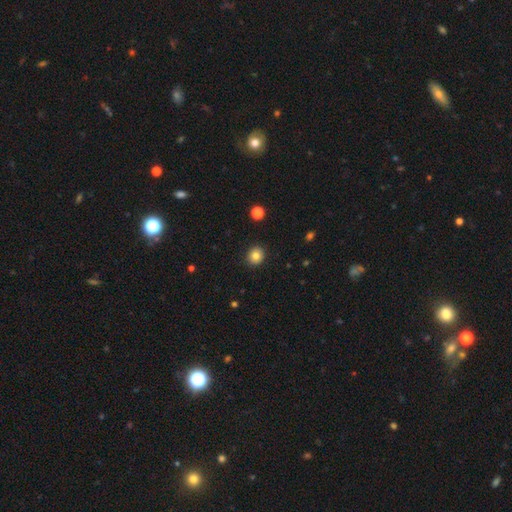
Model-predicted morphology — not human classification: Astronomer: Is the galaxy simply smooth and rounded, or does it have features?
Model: smooth — 82%.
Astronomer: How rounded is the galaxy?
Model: round — 84%.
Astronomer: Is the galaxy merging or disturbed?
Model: none — 91%.